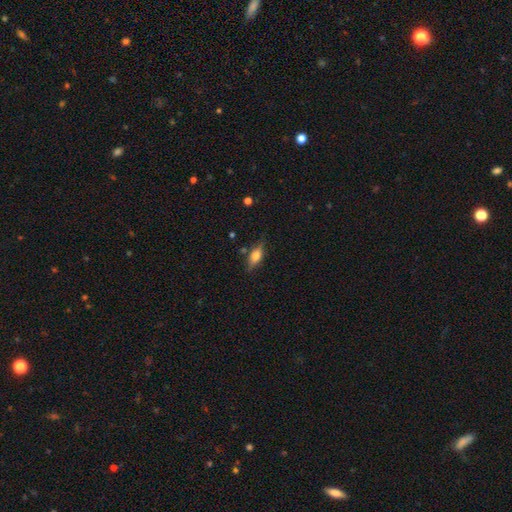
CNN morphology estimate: A smooth galaxy with no disk features (51%) that is in between round and cigar-shaped (66%). Merging: none (75%).